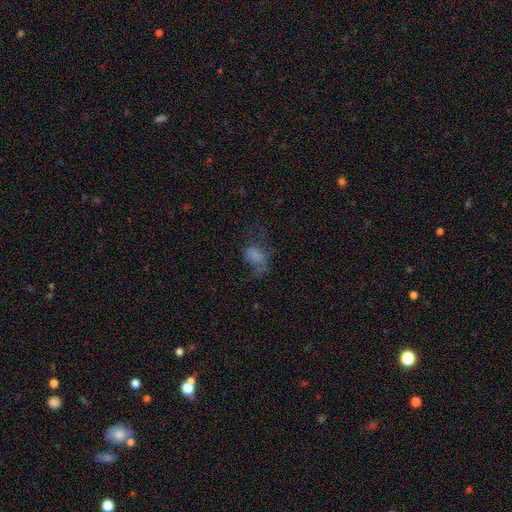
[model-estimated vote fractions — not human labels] This is possibly a smooth galaxy (60%). How rounded: clearly in between (84%). Merging: marginally major disturbance (45%).